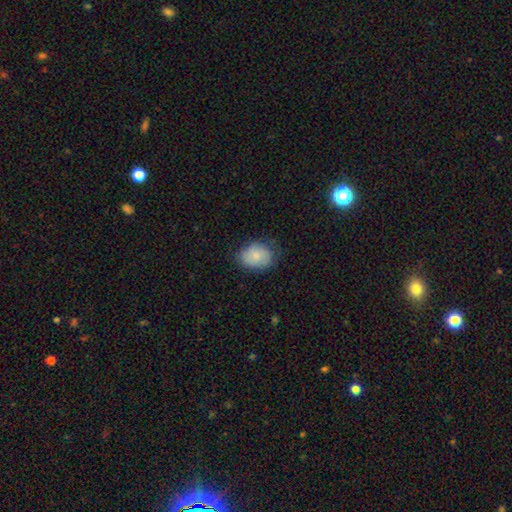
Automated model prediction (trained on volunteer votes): The model was most divided on "how rounded": in between: 59%, round: 40%, cigar-shaped: 1%. More confident: smooth or featured — smooth (76%); merging — none (70%).